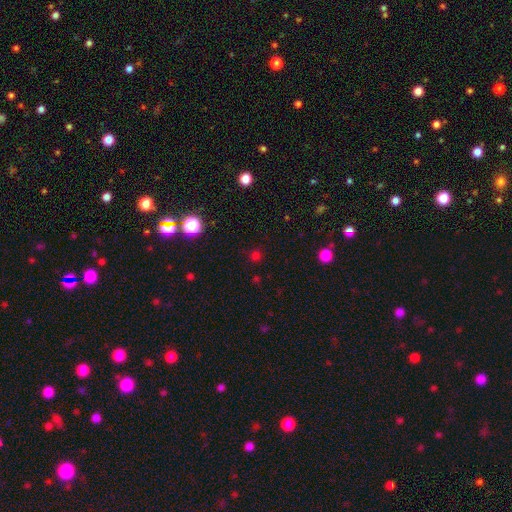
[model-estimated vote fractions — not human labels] This appears to be a smooth galaxy with no disk features (58%) that is round (92%). Merging: none (86%).